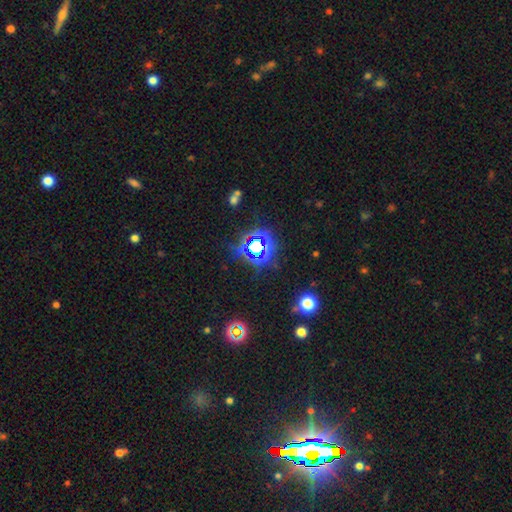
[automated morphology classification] Smooth or featured?
  - star or artifact: 67% *
  - smooth: 25%
  - featured or disk: 7%